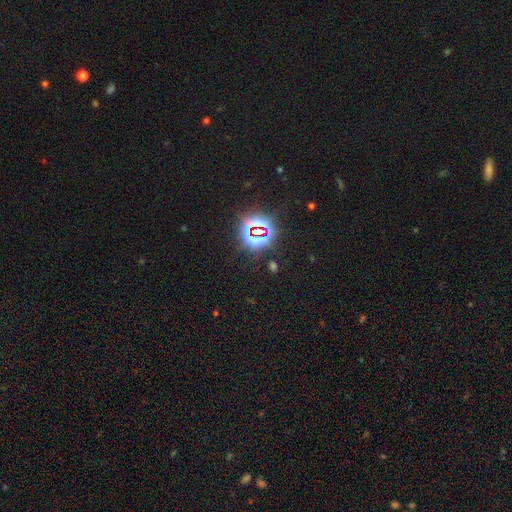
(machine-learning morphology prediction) Q: Smooth or featured?
A: star or artifact (83%); runner-up: smooth (12%)